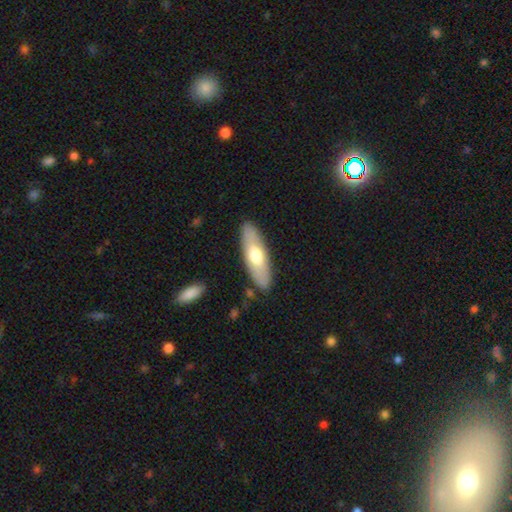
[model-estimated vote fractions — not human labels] smooth 58%, featured or disk 37%, star or artifact 5%. Down the decision tree: how rounded — in between (59%); merging — none (86%).